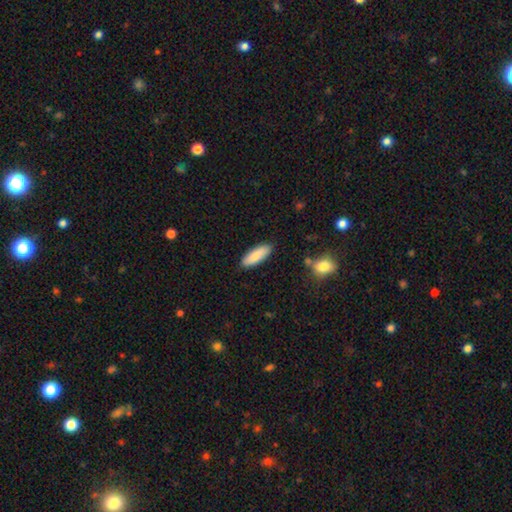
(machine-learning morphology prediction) Q: Smooth or featured?
A: smooth (84%); runner-up: featured or disk (10%)
Q: How rounded?
A: in between (65%); runner-up: cigar-shaped (33%)
Q: Merging?
A: none (88%); runner-up: minor disturbance (9%)